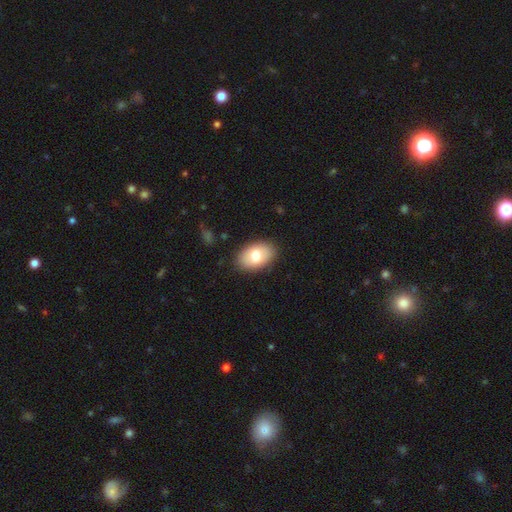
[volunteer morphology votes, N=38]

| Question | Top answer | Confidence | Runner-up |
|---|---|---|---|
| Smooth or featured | smooth | 58% | featured or disk (34%) |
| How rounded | in between | 82% | round (18%) |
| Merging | none | 89% | minor disturbance (6%) |